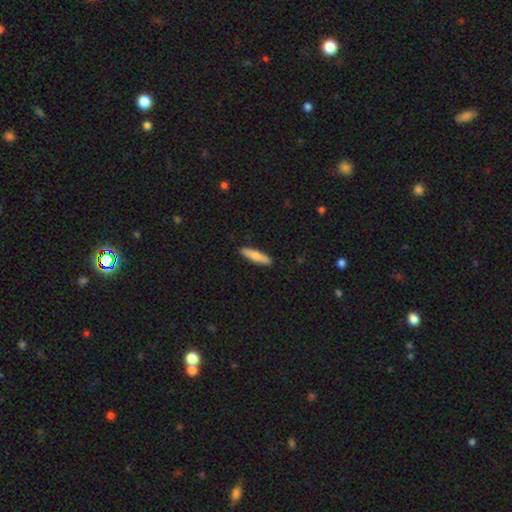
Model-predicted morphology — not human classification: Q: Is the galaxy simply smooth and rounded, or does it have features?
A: smooth — 73%.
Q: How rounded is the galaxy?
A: cigar-shaped — 81%.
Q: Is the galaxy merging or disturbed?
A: none — 90%.